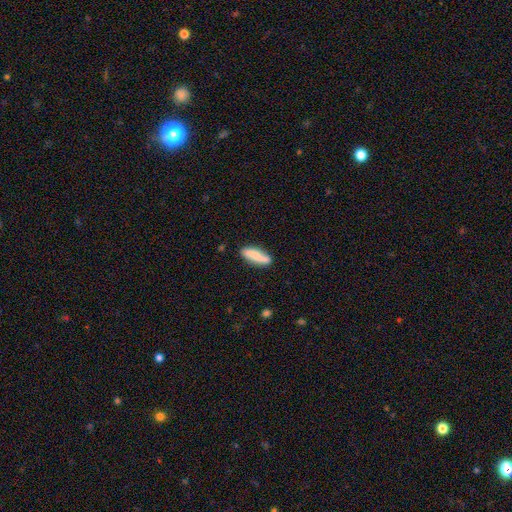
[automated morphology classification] This appears to be a smooth galaxy with no disk features (72%) that is cigar-shaped (62%). Merging: none (81%).